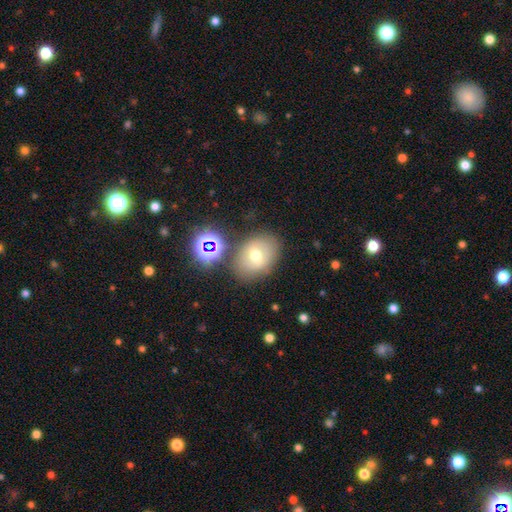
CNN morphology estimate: A smooth galaxy with no disk features (55%) that is in between round and cigar-shaped (63%).

Vote fractions:
- Smooth or featured? smooth: 55% / featured or disk: 30% / star or artifact: 15%
- How rounded? in between: 63% / round: 36% / cigar-shaped: 1%
- Merging? none: 73% / minor disturbance: 14% / merger: 8% / major disturbance: 5%